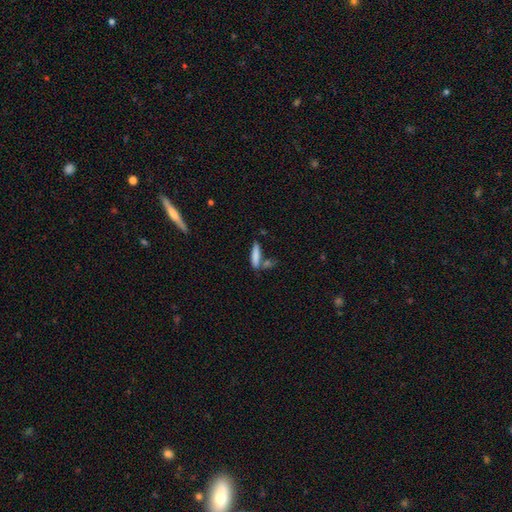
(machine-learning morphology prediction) This is likely a smooth galaxy (80%). How rounded: clearly cigar-shaped (80%). Merging: likely none (61%).